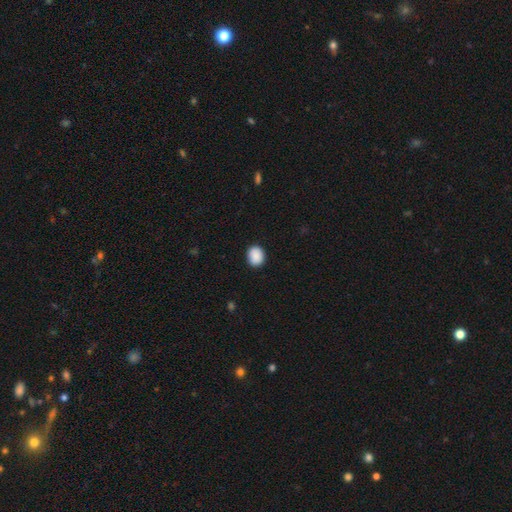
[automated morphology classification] This is clearly a smooth galaxy (89%). How rounded: likely round (63%). Merging: clearly none (85%).